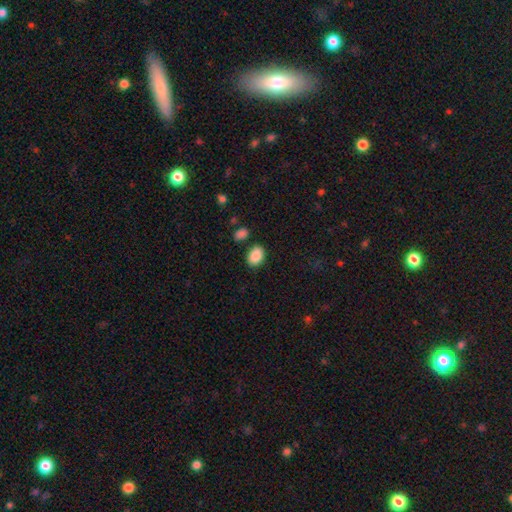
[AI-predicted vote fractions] Smooth or featured? smooth (88%)
How rounded? in between (80%)
Merging? none (80%)